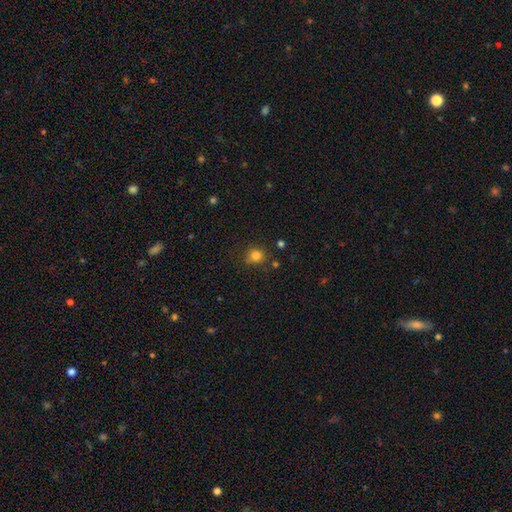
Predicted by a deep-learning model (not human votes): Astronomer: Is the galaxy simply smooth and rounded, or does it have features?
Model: smooth — 81%.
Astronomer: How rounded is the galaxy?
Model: round — 87%.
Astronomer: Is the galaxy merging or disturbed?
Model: none — 78%.